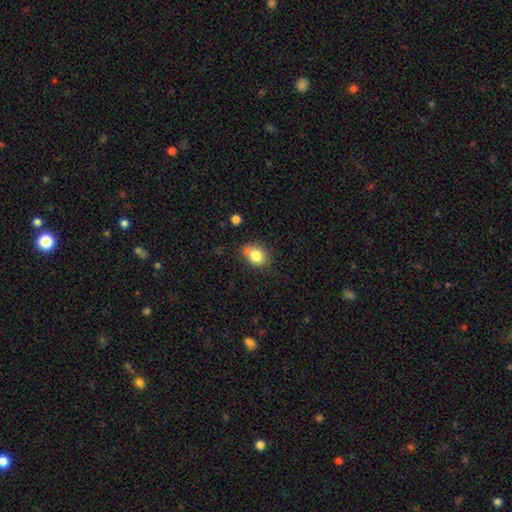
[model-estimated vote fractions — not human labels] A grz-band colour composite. It shows a smooth galaxy with no disk features (81%) that is in between round and cigar-shaped (59%). Merging: none (64%).